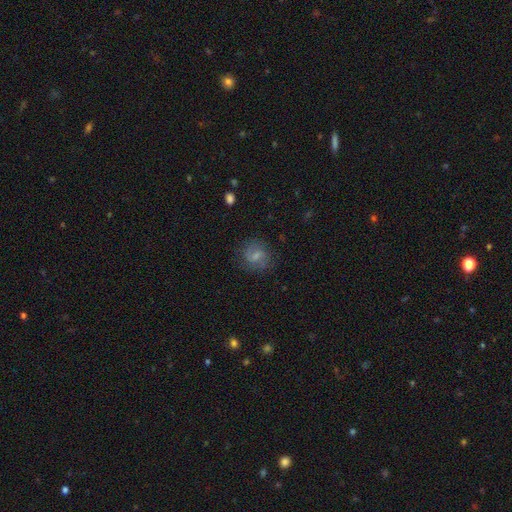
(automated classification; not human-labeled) smooth-or-featured: featured or disk: 47% | smooth: 44% | star or artifact: 9%
  merging: none: 76% | minor disturbance: 15% | major disturbance: 7% | merger: 1%